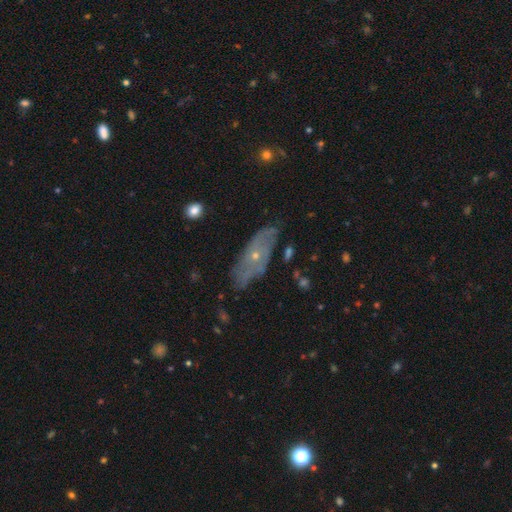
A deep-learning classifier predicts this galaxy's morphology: This appears to be a featured or disk galaxy (66%) with no bar (86%), spiral arms (61%) and a small central bulge (71%). Merging: none (72%).